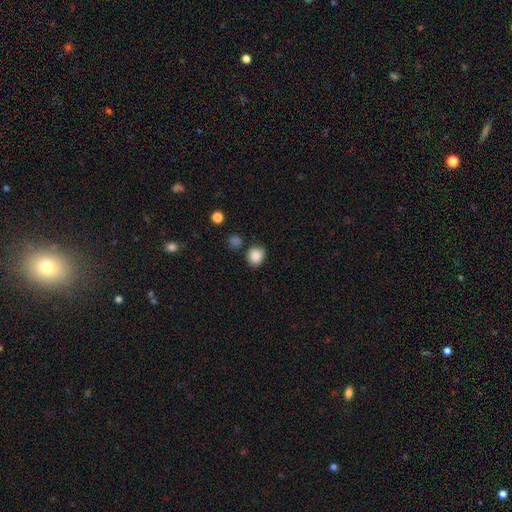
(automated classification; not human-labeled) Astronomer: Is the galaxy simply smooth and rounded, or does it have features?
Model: smooth — 87%.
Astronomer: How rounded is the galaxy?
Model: round — 68%.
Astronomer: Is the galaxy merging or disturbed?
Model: none — 77%.